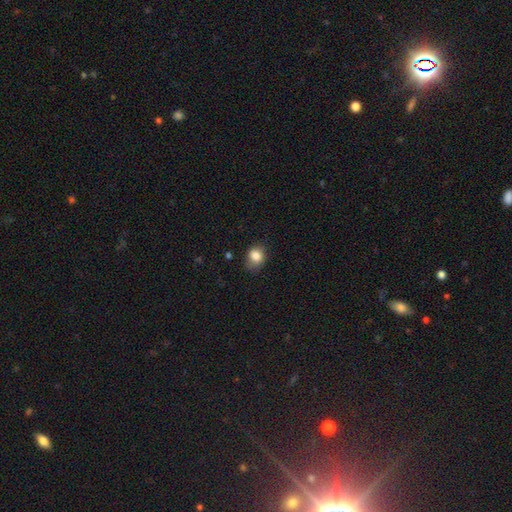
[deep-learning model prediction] This appears to be a smooth galaxy with no disk features (84%) that is round (54%). Merging: none (63%).